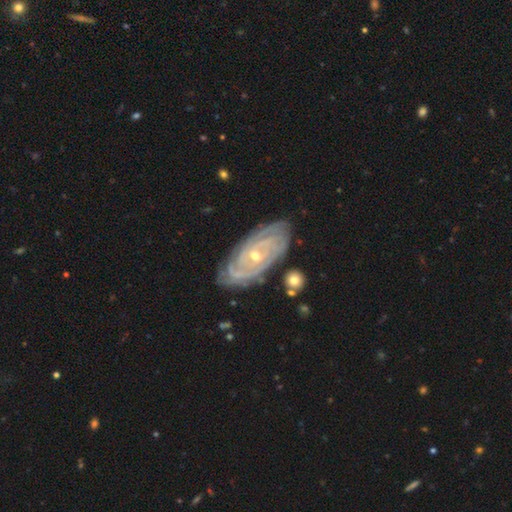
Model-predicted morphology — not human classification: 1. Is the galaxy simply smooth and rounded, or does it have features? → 89% featured or disk, 6% smooth, 5% star or artifact.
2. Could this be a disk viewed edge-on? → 94% no, 6% yes.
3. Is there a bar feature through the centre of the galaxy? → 63% no, 27% weak, 10% strong.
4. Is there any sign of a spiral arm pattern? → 97% yes, 3% no.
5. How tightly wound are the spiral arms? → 84% tight, 14% medium, 3% loose.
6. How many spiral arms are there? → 32% can't tell, 20% 3, 19% 2, 16% 4, 7% more than 4, 6% 1.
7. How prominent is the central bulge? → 56% small, 42% moderate, 1% large, 1% none, 1% dominant.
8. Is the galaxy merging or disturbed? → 78% none, 15% minor disturbance, 4% major disturbance, 3% merger.